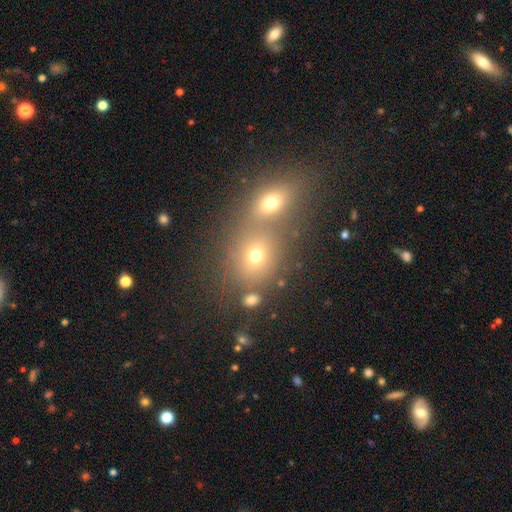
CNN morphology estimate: smooth 66%, star or artifact 19%, featured or disk 14%. Down the decision tree: how rounded — round (58%); merging — merger (49%).